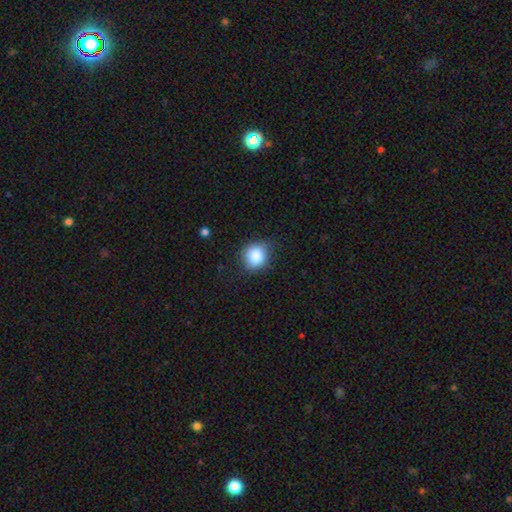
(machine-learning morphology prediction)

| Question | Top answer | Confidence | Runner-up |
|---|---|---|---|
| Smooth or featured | smooth | 85% | star or artifact (9%) |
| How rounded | round | 78% | in between (21%) |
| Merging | none | 78% | minor disturbance (17%) |